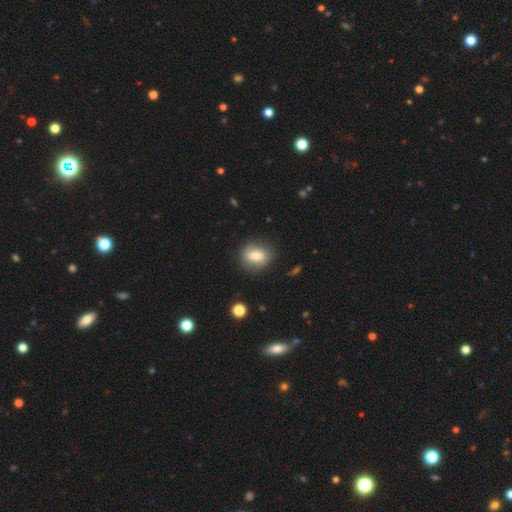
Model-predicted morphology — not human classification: Q: Smooth or featured?
A: smooth (74%); runner-up: featured or disk (17%)
Q: How rounded?
A: round (49%); runner-up: in between (48%)
Q: Merging?
A: none (83%); runner-up: minor disturbance (12%)